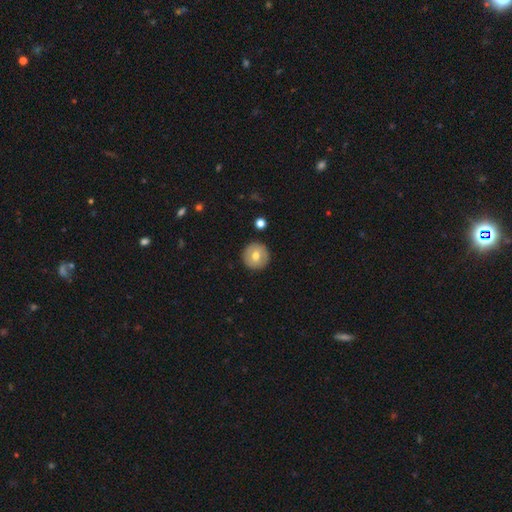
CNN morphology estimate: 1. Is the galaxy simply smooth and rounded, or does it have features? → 70% smooth, 23% featured or disk, 7% star or artifact.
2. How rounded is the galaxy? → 96% round, 3% in between, 1% cigar-shaped.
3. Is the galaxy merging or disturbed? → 91% none, 6% minor disturbance, 2% major disturbance, 1% merger.